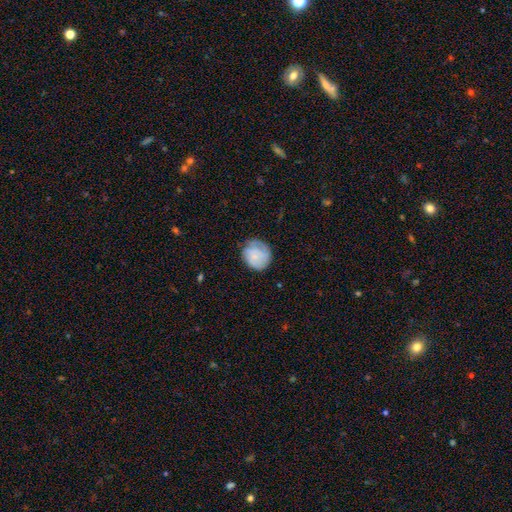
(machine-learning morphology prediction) This appears to be a smooth galaxy with no disk features (64%) that is round (80%). Merging: none (67%).